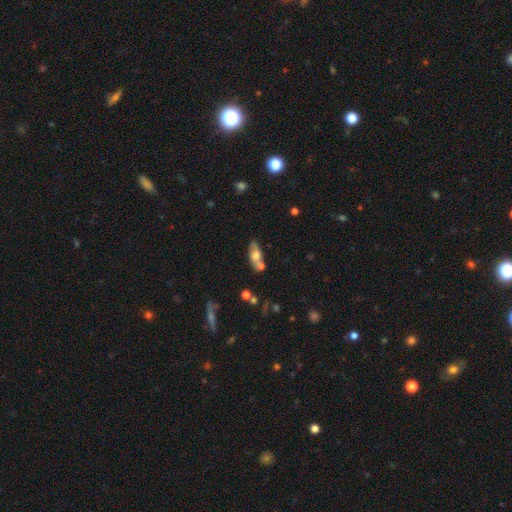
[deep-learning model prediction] This appears to be a smooth galaxy with no disk features (57%) that is in between round and cigar-shaped (76%). Merging: none (48%).